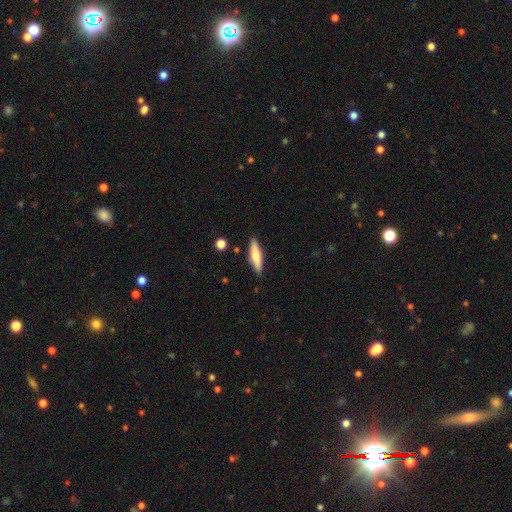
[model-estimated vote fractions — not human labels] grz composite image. It shows a smooth galaxy with no disk features (64%) that is cigar-shaped (77%). Merging: none (88%).